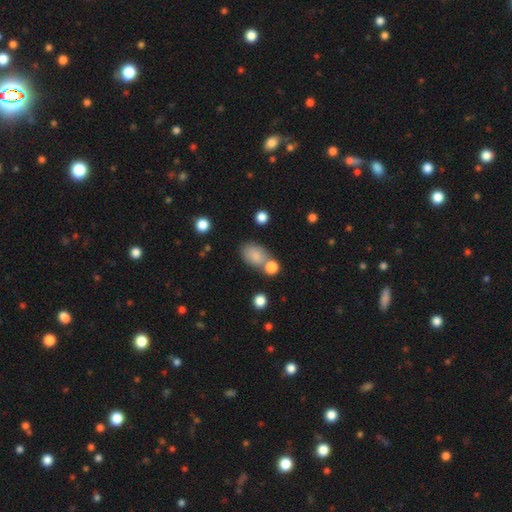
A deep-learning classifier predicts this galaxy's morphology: smooth 80%, featured or disk 10%, star or artifact 10%. Down the decision tree: how rounded — in between (82%); merging — none (56%).